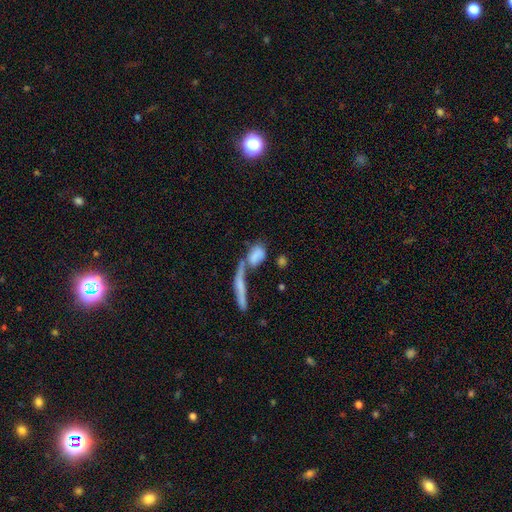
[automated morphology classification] smooth 70%, featured or disk 20%, star or artifact 9%. Down the decision tree: how rounded — in between (69%); merging — merger (53%).